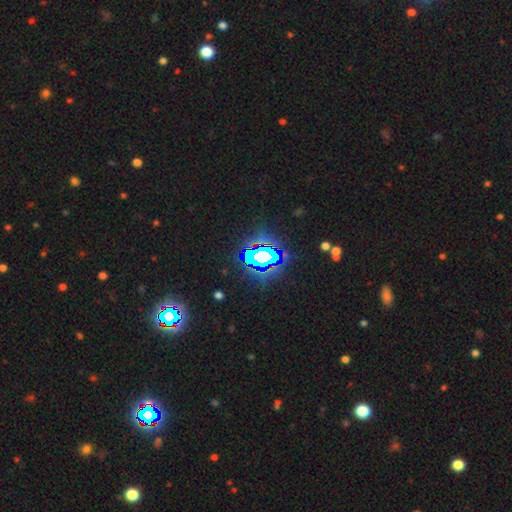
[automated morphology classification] Smooth or featured? star or artifact (81%)